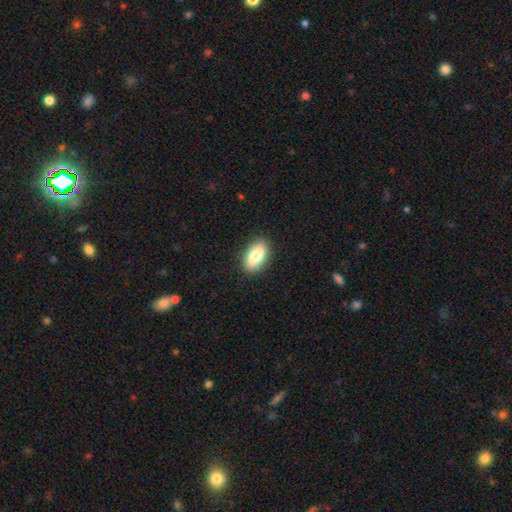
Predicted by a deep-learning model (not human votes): A smooth galaxy with no disk features (82%) that is in between round and cigar-shaped (92%).

Vote fractions:
- Smooth or featured? smooth: 82% / featured or disk: 11% / star or artifact: 7%
- How rounded? in between: 92% / cigar-shaped: 4% / round: 4%
- Merging? none: 88% / minor disturbance: 9% / major disturbance: 2% / merger: 1%